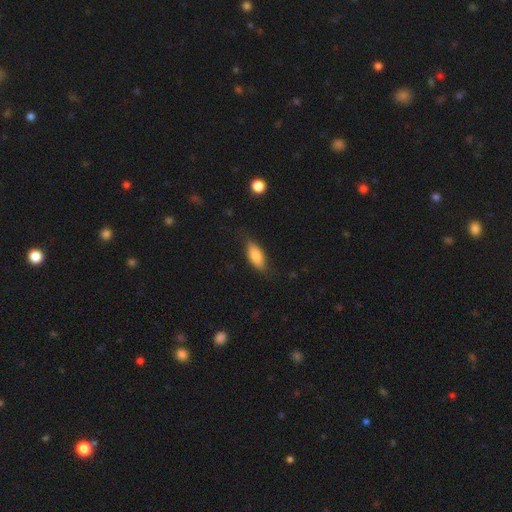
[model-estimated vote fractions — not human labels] Smooth or featured?
  - smooth: 79% *
  - featured or disk: 15%
  - star or artifact: 6%
How rounded?
  - in between: 79% *
  - cigar-shaped: 18%
  - round: 3%
Merging?
  - none: 77% *
  - minor disturbance: 18%
  - major disturbance: 4%
  - merger: 1%